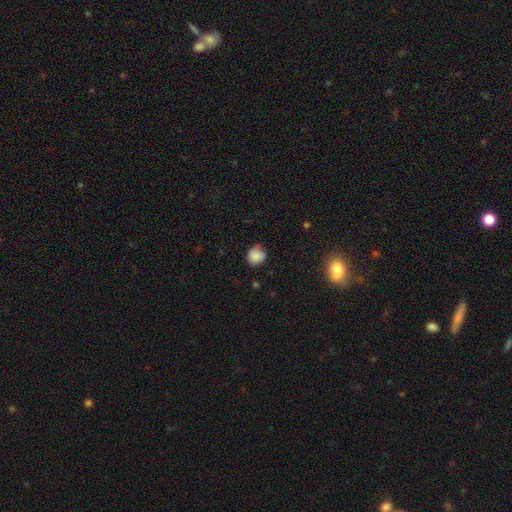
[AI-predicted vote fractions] The model was most divided on "merging": none: 71%, minor disturbance: 23%, major disturbance: 4%, merger: 2%. More confident: how rounded — round (85%); smooth or featured — smooth (84%).